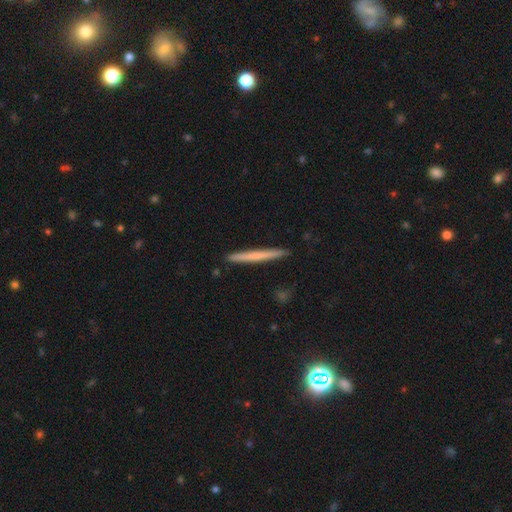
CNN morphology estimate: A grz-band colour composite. It shows a smooth galaxy with no disk features (57%) that is cigar-shaped (97%). Merging: none (92%).